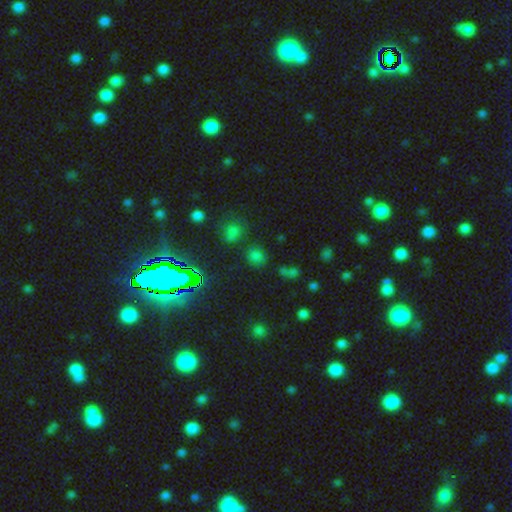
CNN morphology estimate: Q: Smooth or featured?
A: smooth (48%); runner-up: star or artifact (45%)
Q: Merging?
A: none (76%); runner-up: minor disturbance (11%)